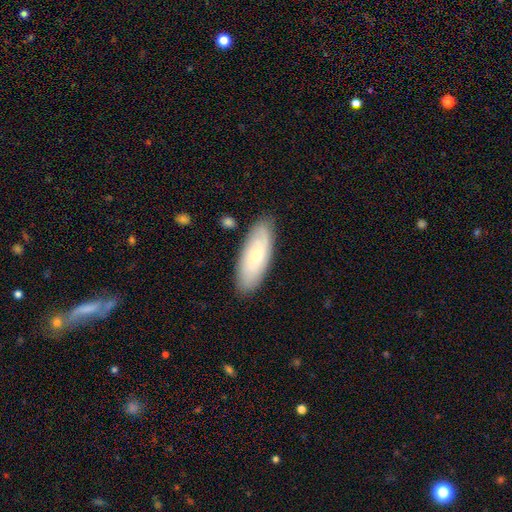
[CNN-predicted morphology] A smooth galaxy with no disk features (50%) that is in between round and cigar-shaped (72%).

Vote fractions:
- Smooth or featured? smooth: 50% / featured or disk: 43% / star or artifact: 6%
- How rounded? in between: 72% / cigar-shaped: 25% / round: 2%
- Merging? none: 84% / minor disturbance: 12% / major disturbance: 2% / merger: 2%